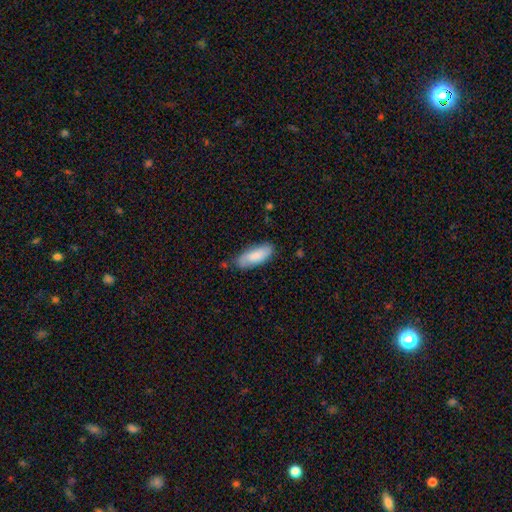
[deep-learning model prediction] smooth_or_featured: smooth (p=0.81) [alt: featured or disk p=0.13]
how_rounded: in between (p=0.74) [alt: cigar-shaped p=0.25]
merging: none (p=0.77) [alt: minor disturbance p=0.18]